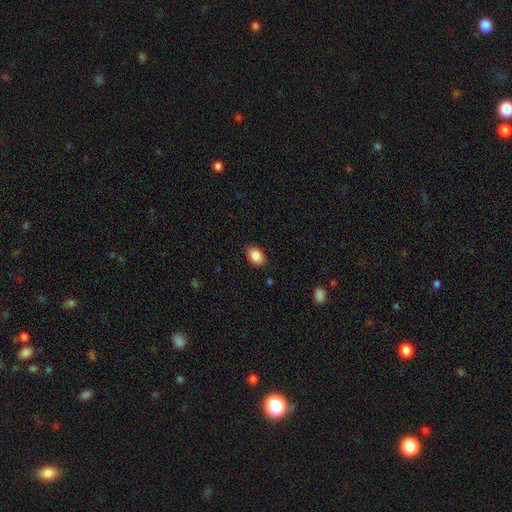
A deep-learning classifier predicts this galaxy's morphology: Smooth or featured? smooth (86%)
How rounded? in between (81%)
Merging? none (86%)